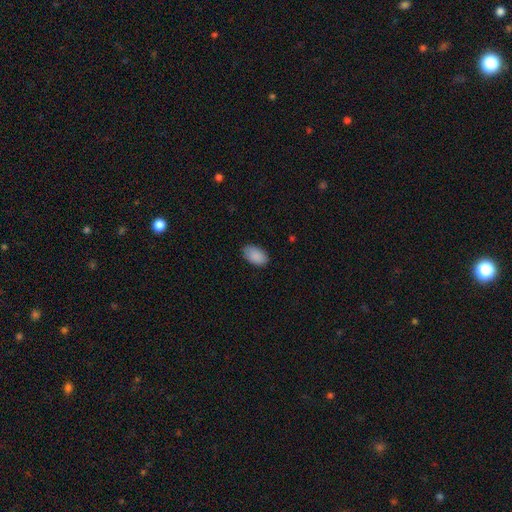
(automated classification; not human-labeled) This is clearly a smooth galaxy (90%). How rounded: clearly in between (93%). Merging: clearly none (84%).